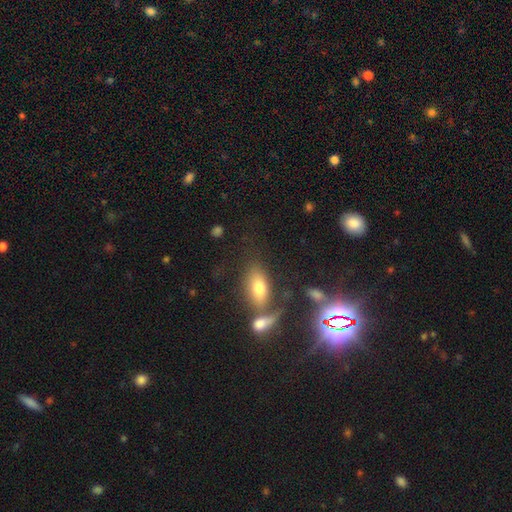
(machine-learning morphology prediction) Smooth or featured?
  - smooth: 44% *
  - star or artifact: 37%
  - featured or disk: 19%
Merging?
  - none: 63% *
  - merger: 17%
  - minor disturbance: 13%
  - major disturbance: 6%